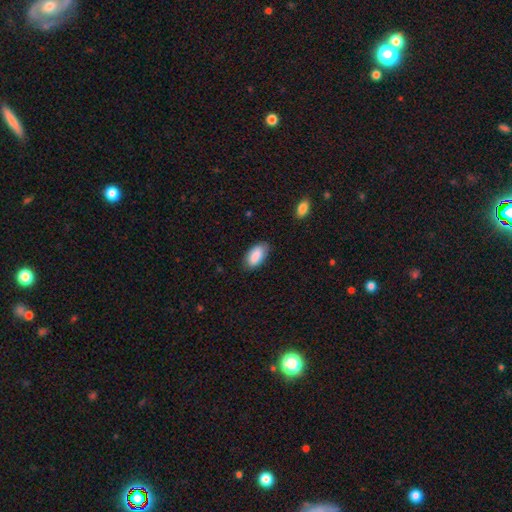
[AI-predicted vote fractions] smooth-or-featured: smooth: 86% | featured or disk: 7% | star or artifact: 6%
  how-rounded: in between: 93% | cigar-shaped: 4% | round: 2%
  merging: none: 79% | minor disturbance: 17% | major disturbance: 3% | merger: 1%